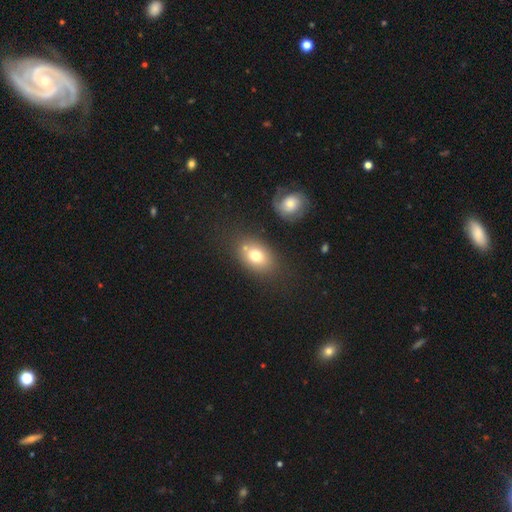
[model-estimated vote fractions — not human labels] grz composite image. It shows a smooth galaxy with no disk features (74%) that is in between round and cigar-shaped (75%). Merging: none (67%).